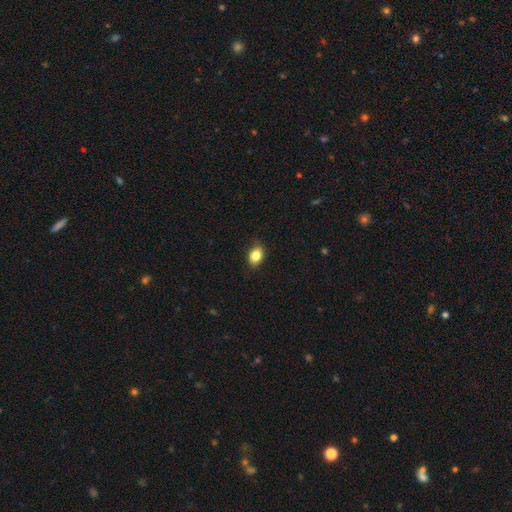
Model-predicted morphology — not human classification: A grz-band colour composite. It shows a smooth galaxy with no disk features (83%) that is in between round and cigar-shaped (68%). Merging: none (84%).